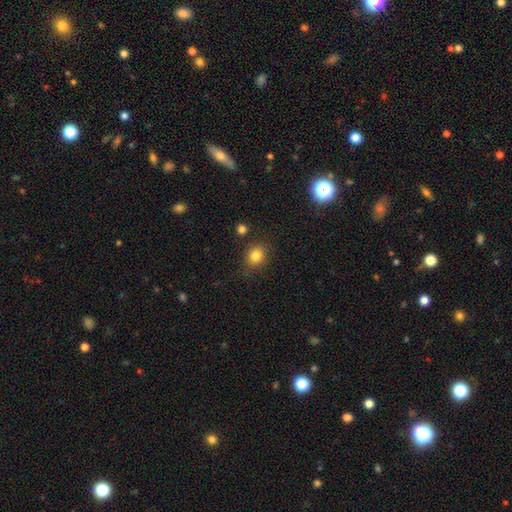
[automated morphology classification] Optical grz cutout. It shows a smooth galaxy with no disk features (82%) that is round (62%). Merging: none (77%).